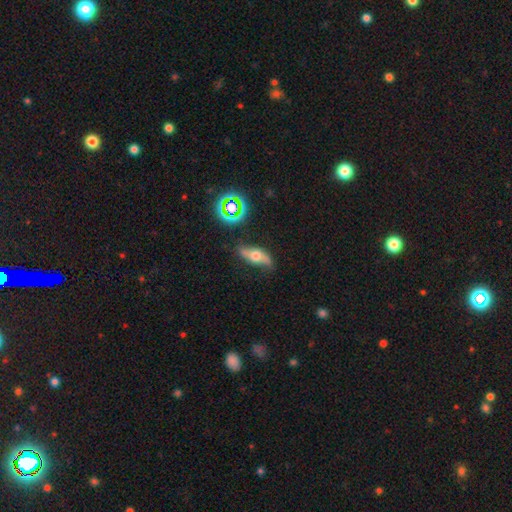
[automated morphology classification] Smooth or featured? Predicted: featured or disk (p=0.50). Merging? Predicted: none (p=0.73).